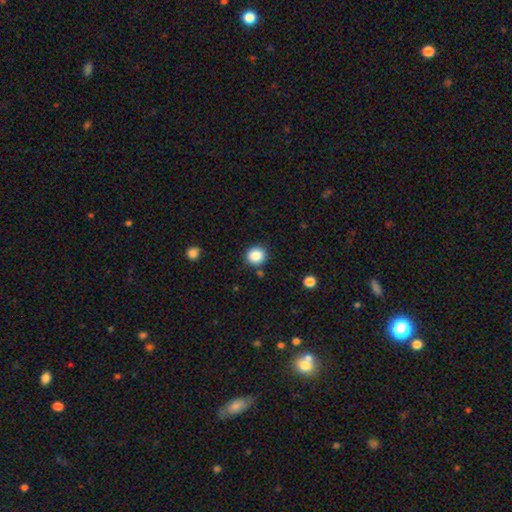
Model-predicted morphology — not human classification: This is clearly a smooth galaxy (87%). How rounded: clearly round (85%). Merging: clearly none (86%).